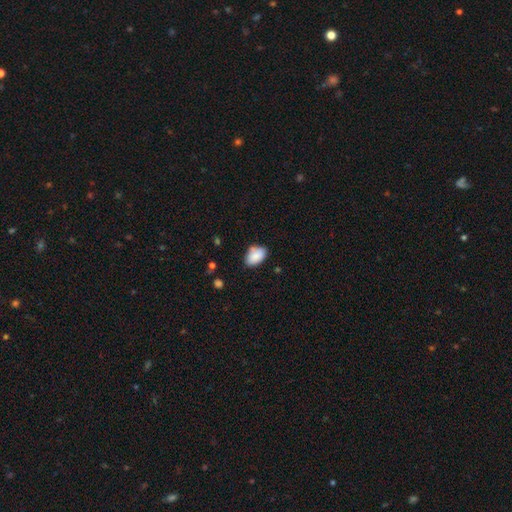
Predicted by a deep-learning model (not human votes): This appears to be a smooth galaxy with no disk features (87%) that is in between round and cigar-shaped (88%). Merging: none (67%).